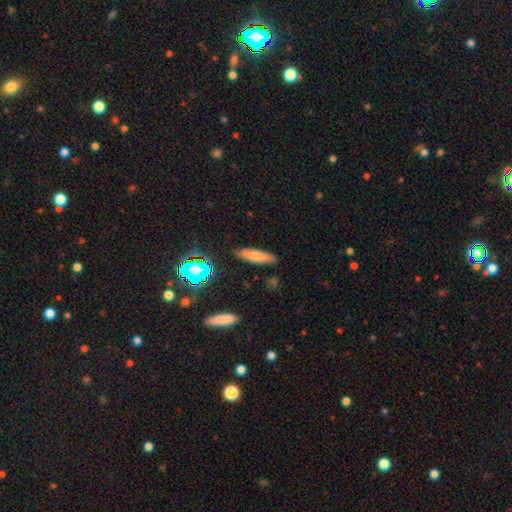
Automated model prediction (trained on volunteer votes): Overall: smooth (74%). How rounded: cigar-shaped (69%). Merging: none (87%).